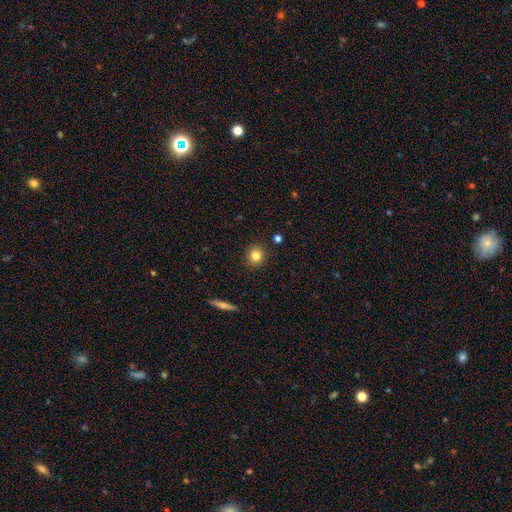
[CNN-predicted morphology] smooth 81%, star or artifact 11%, featured or disk 8%. Down the decision tree: how rounded — round (89%); merging — none (91%).